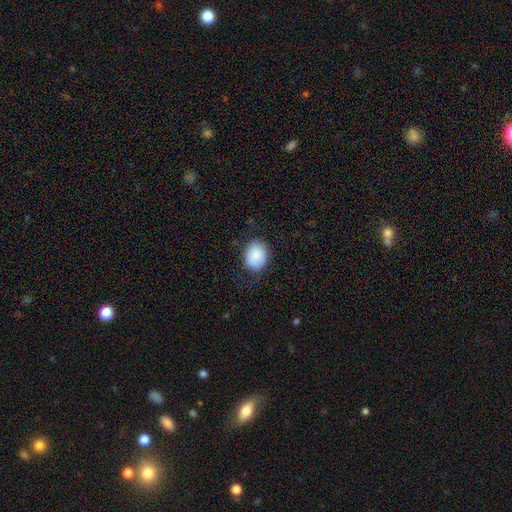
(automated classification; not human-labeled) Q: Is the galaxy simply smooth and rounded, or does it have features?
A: smooth — 86%.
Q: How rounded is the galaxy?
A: in between — 62%.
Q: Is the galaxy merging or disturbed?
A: none — 76%.